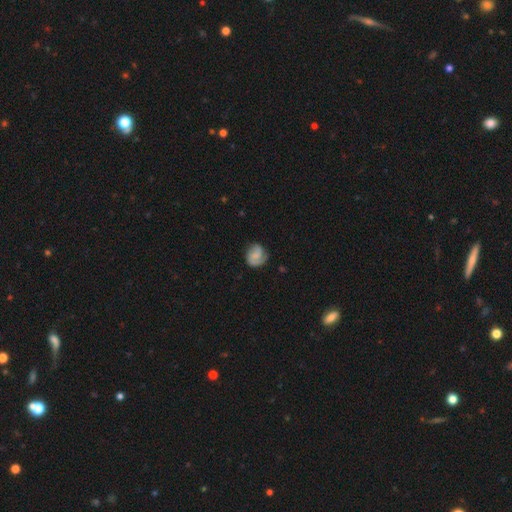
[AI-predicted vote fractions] Smooth or featured?
  - featured or disk: 50% *
  - smooth: 43%
  - star or artifact: 7%
Edge-on disk?
  - no: 98% *
  - yes: 2%
Merging?
  - none: 66% *
  - minor disturbance: 22%
  - major disturbance: 10%
  - merger: 2%